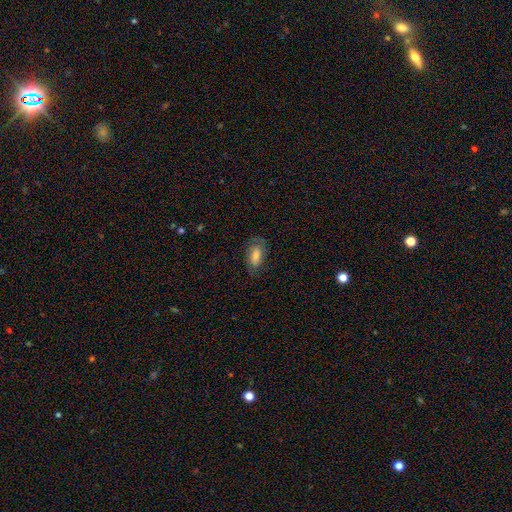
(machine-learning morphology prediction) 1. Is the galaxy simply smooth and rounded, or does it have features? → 54% smooth, 36% featured or disk, 9% star or artifact.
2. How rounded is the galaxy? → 86% in between, 9% cigar-shaped, 5% round.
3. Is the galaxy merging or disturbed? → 72% none, 19% minor disturbance, 8% major disturbance, 1% merger.